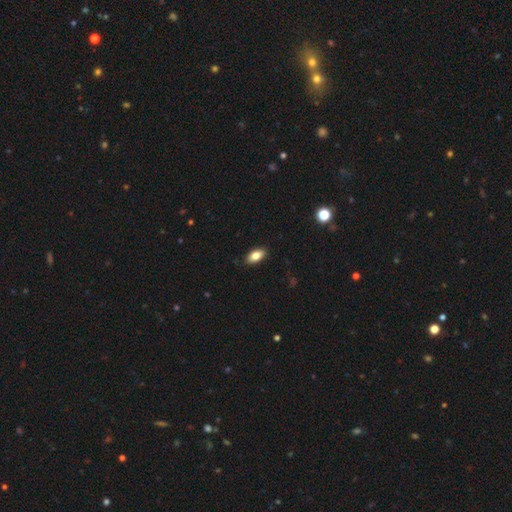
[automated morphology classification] smooth 83%, featured or disk 9%, star or artifact 8%. Down the decision tree: how rounded — in between (90%); merging — none (89%).